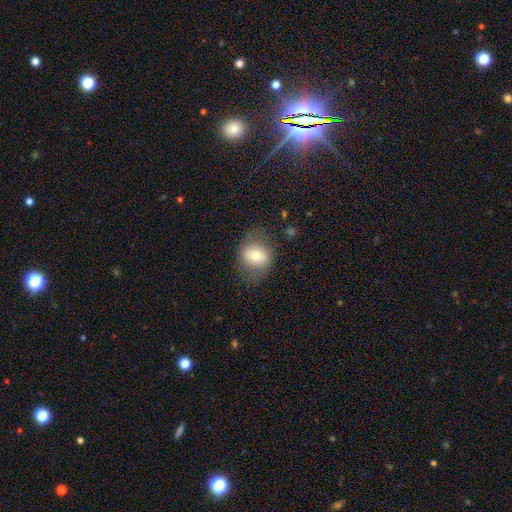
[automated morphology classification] smooth_or_featured: smooth (p=0.67) [alt: featured or disk p=0.23]
how_rounded: round (p=0.62) [alt: in between p=0.37]
merging: none (p=0.72) [alt: minor disturbance p=0.17]